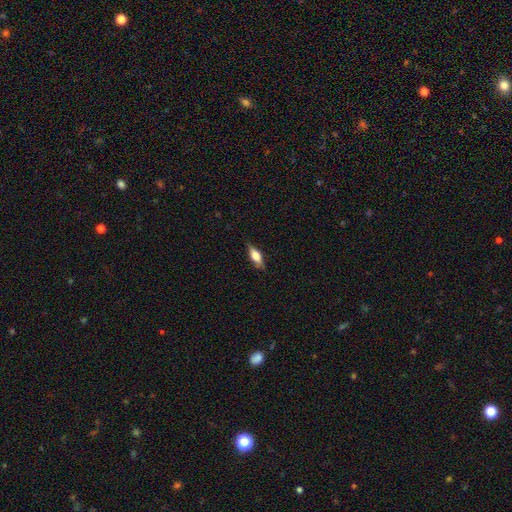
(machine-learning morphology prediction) Overall: smooth (57%; featured or disk 36%). How rounded: in between (62%; cigar-shaped 34%). Merging: none (83%).